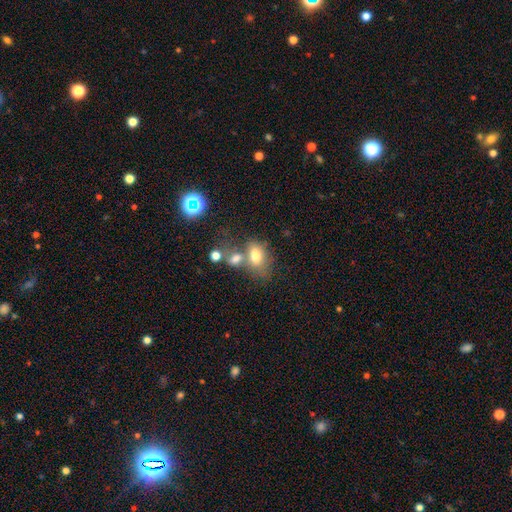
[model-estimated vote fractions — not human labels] Smooth or featured? Predicted: smooth (p=0.72). How rounded? Predicted: in between (p=0.80). Merging? Predicted: merger (p=0.42).